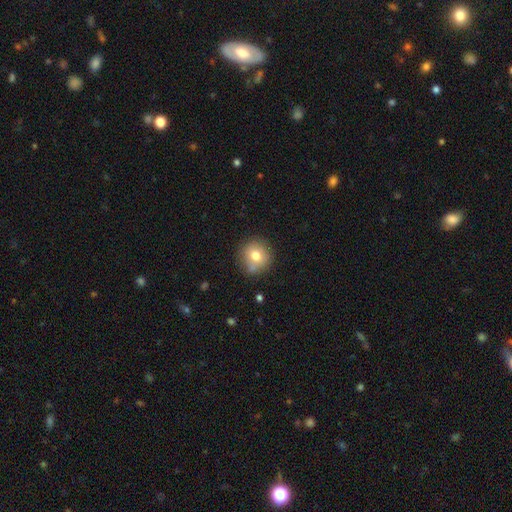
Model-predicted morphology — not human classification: Smooth or featured?
  - smooth: 76% *
  - featured or disk: 13%
  - star or artifact: 10%
How rounded?
  - round: 91% *
  - in between: 8%
  - cigar-shaped: 1%
Merging?
  - none: 74% *
  - minor disturbance: 17%
  - merger: 6%
  - major disturbance: 4%